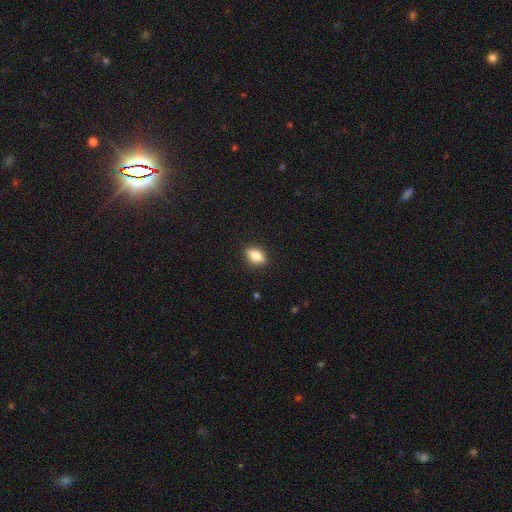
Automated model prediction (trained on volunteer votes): A smooth galaxy with no disk features (71%) that is in between round and cigar-shaped (78%).

Vote fractions:
- Smooth or featured? smooth: 71% / featured or disk: 21% / star or artifact: 8%
- How rounded? in between: 78% / round: 13% / cigar-shaped: 9%
- Merging? none: 87% / minor disturbance: 10% / major disturbance: 2% / merger: 1%